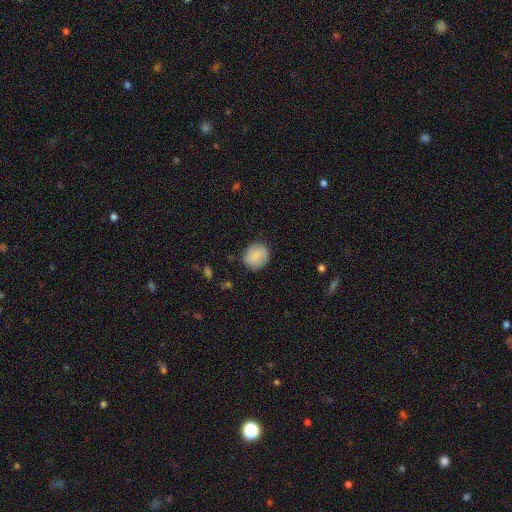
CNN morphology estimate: Smooth or featured?
  - smooth: 81% *
  - featured or disk: 12%
  - star or artifact: 7%
How rounded?
  - round: 83% *
  - in between: 16%
  - cigar-shaped: 1%
Merging?
  - none: 84% *
  - minor disturbance: 12%
  - major disturbance: 3%
  - merger: 1%